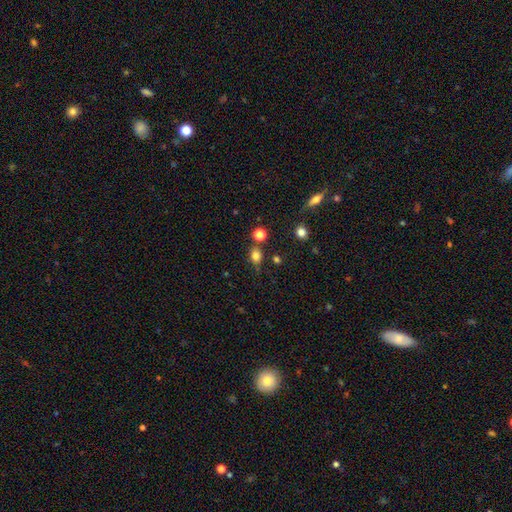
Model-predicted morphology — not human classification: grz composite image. It shows a smooth galaxy with no disk features (79%) that is round (54%). Merging: none (72%).